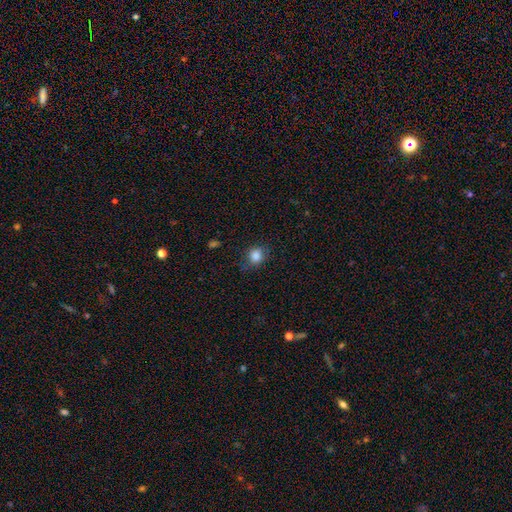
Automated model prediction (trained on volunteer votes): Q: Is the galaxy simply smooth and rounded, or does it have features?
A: smooth — 84%.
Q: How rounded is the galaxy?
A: round — 69%.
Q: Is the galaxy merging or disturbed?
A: none — 74%.